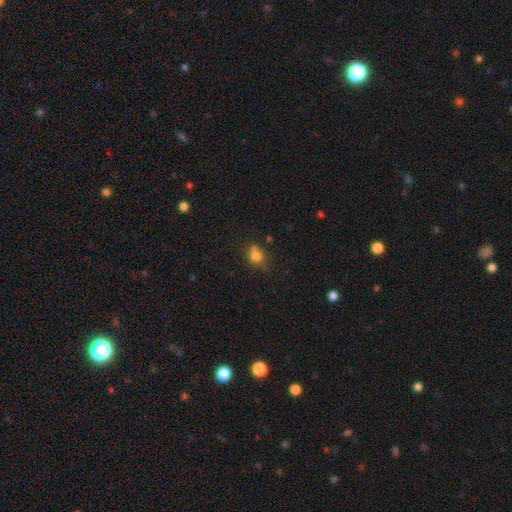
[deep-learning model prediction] Morphology: type=smooth (78%); roundness=round (60%); merging=none (52%).